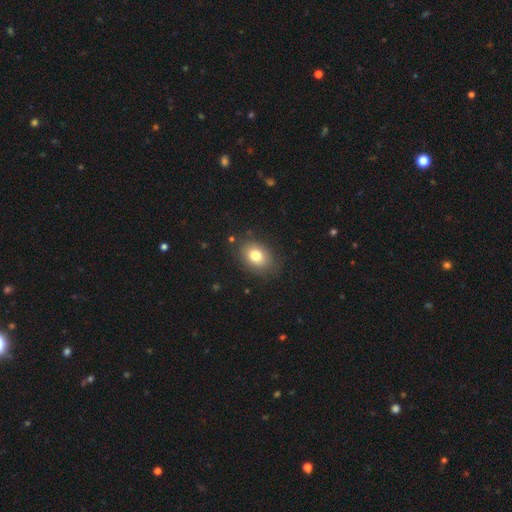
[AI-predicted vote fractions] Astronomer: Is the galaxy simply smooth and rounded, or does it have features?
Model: smooth — 78%.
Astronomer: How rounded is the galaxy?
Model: in between — 69%.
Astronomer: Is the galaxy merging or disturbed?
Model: none — 83%.